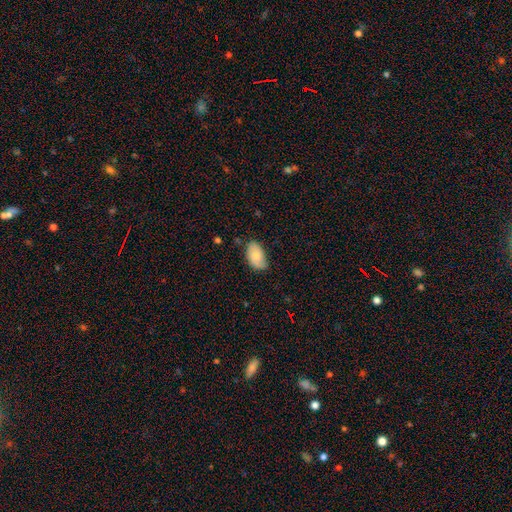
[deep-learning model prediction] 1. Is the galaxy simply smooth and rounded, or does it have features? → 78% smooth, 16% featured or disk, 6% star or artifact.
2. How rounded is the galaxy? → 94% in between, 4% round, 1% cigar-shaped.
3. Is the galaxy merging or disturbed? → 68% none, 26% minor disturbance, 4% major disturbance, 2% merger.